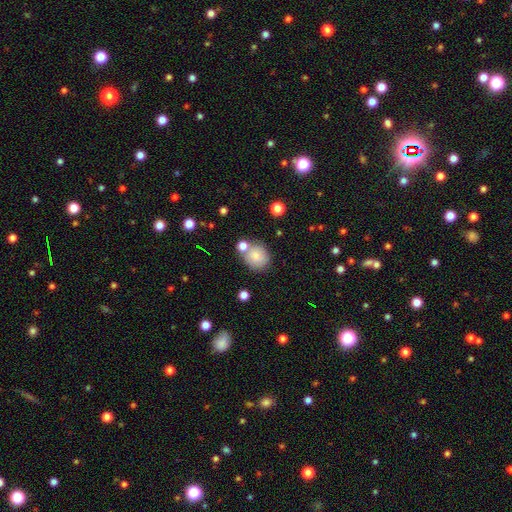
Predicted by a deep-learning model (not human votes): The model was most divided on "merging": none: 67%, merger: 16%, minor disturbance: 13%, major disturbance: 4%. More confident: smooth or featured — smooth (80%); how rounded — round (79%).